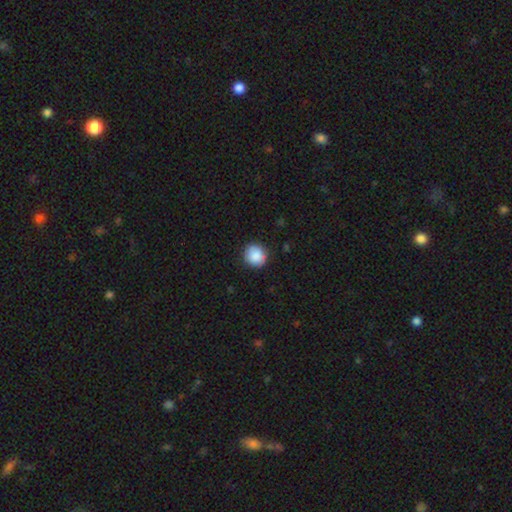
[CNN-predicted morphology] smooth_or_featured: smooth (p=0.88) [alt: star or artifact p=0.08]
how_rounded: round (p=0.87) [alt: in between p=0.12]
merging: none (p=0.86) [alt: minor disturbance p=0.11]